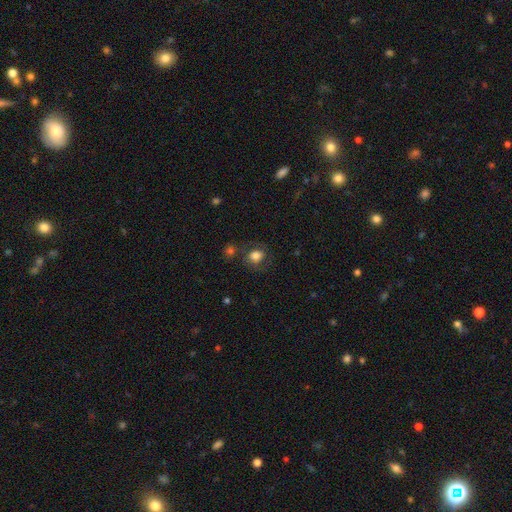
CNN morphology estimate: smooth_or_featured: smooth (p=0.74) [alt: featured or disk p=0.16]
how_rounded: round (p=0.56) [alt: in between p=0.43]
merging: none (p=0.60) [alt: minor disturbance p=0.18]